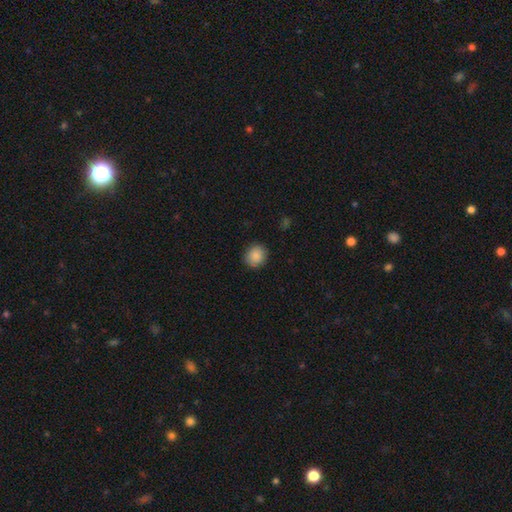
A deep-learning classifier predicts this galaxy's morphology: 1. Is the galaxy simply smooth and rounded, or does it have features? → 88% smooth, 8% star or artifact, 3% featured or disk.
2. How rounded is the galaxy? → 79% round, 20% in between, 1% cigar-shaped.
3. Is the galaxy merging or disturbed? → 87% none, 9% minor disturbance, 2% major disturbance, 1% merger.